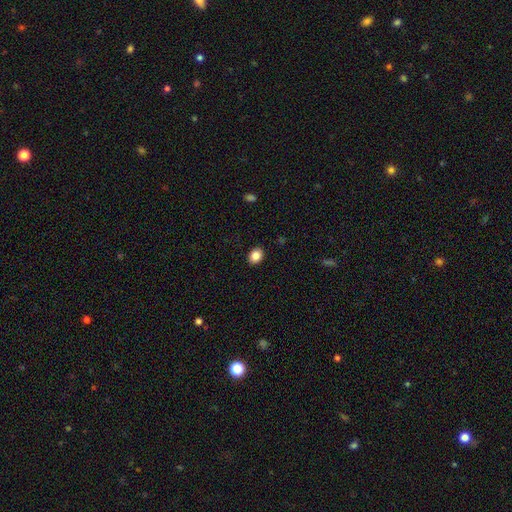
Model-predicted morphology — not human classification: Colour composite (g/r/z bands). It shows a smooth galaxy with no disk features (86%) that is in between round and cigar-shaped (64%). Merging: none (90%).